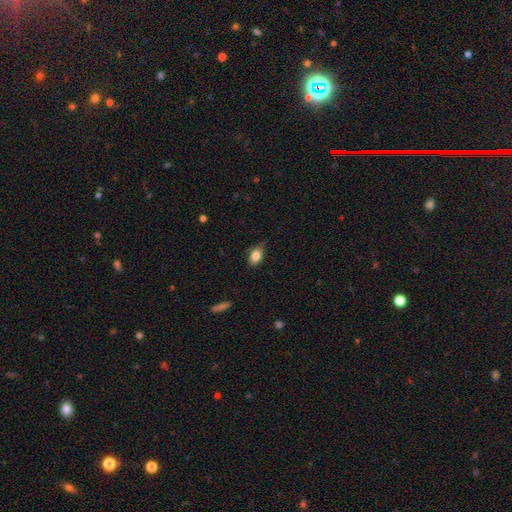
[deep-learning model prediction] Morphology: type=smooth (83%); roundness=in between (82%); merging=none (73%).